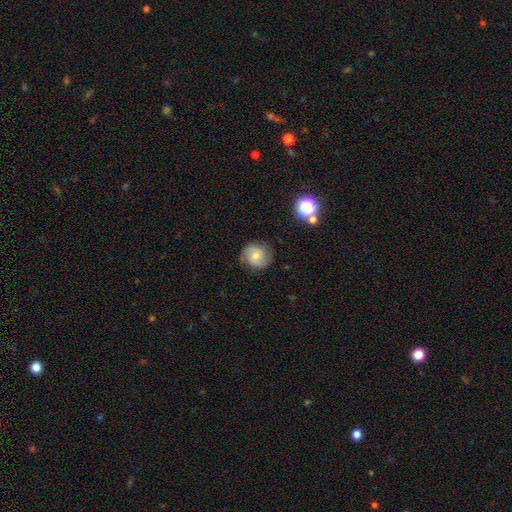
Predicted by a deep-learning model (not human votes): Smooth or featured? featured or disk (54%)
Edge-on disk? no (97%)
Bar? no (64%)
Spiral arms? yes (88%)
Bulge size? small (51%)
Merging? none (76%)